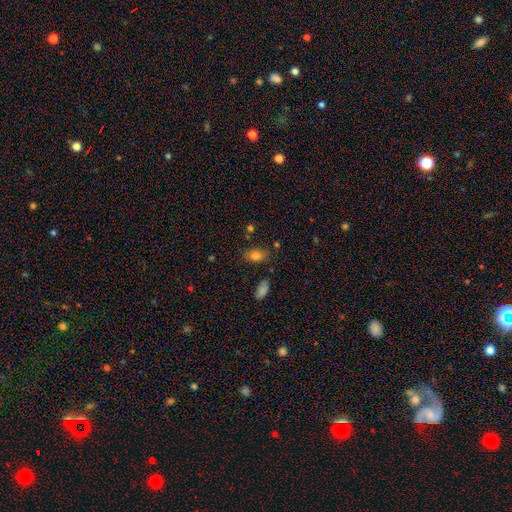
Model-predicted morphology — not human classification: Smooth or featured: smooth — 80% (star or artifact — 10%)
How rounded: in between — 82% (round — 16%)
Merging: none — 77% (minor disturbance — 16%)